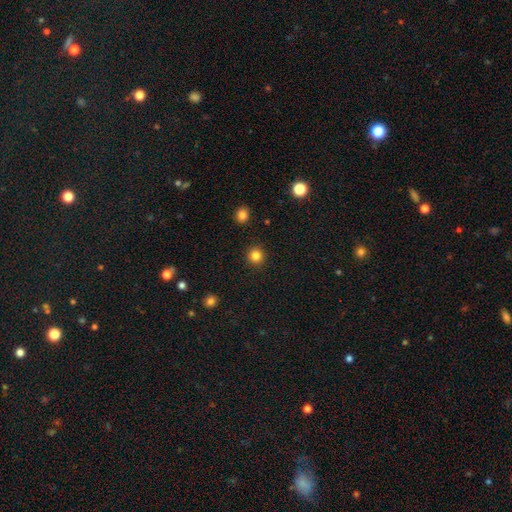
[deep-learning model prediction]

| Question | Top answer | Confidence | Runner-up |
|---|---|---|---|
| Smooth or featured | smooth | 83% | star or artifact (12%) |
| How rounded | round | 94% | in between (5%) |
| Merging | none | 92% | minor disturbance (5%) |